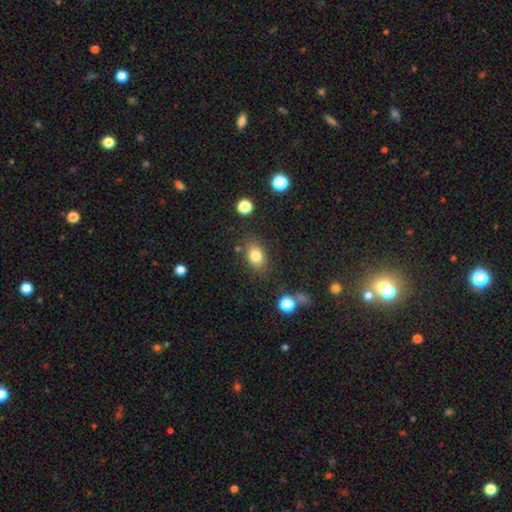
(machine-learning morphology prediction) Smooth or featured?
  - smooth: 81% *
  - star or artifact: 10%
  - featured or disk: 9%
How rounded?
  - in between: 73% *
  - round: 25%
  - cigar-shaped: 2%
Merging?
  - none: 79% *
  - minor disturbance: 13%
  - major disturbance: 4%
  - merger: 4%